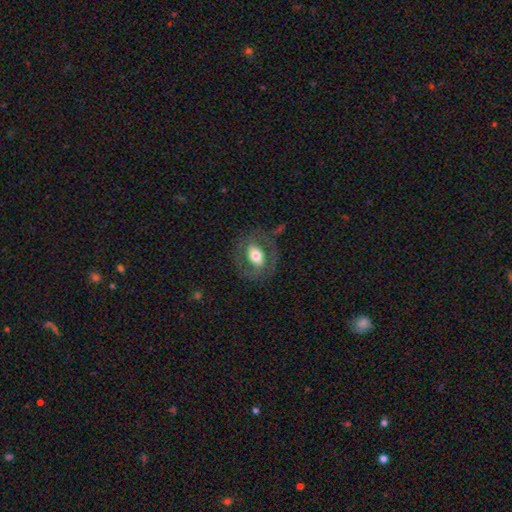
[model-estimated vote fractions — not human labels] Overall: featured or disk (51%; smooth 42%). Edge-on disk: no (92%). Merging: none (70%).